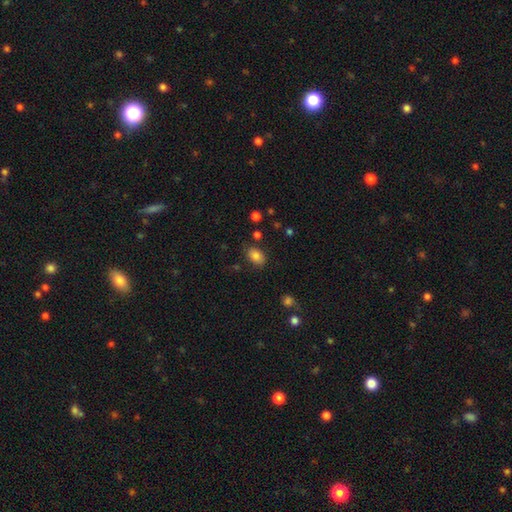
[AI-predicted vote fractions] smooth_or_featured: smooth (p=0.82) [alt: star or artifact p=0.10]
how_rounded: in between (p=0.82) [alt: round p=0.17]
merging: none (p=0.78) [alt: minor disturbance p=0.15]